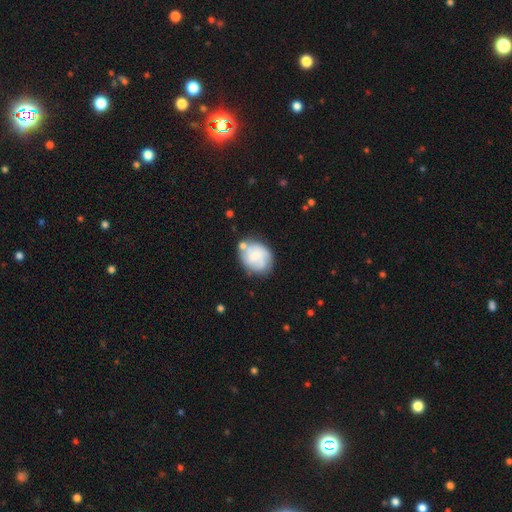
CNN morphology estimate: smooth 47%, featured or disk 46%, star or artifact 7%. Down the decision tree: merging — none (58%).